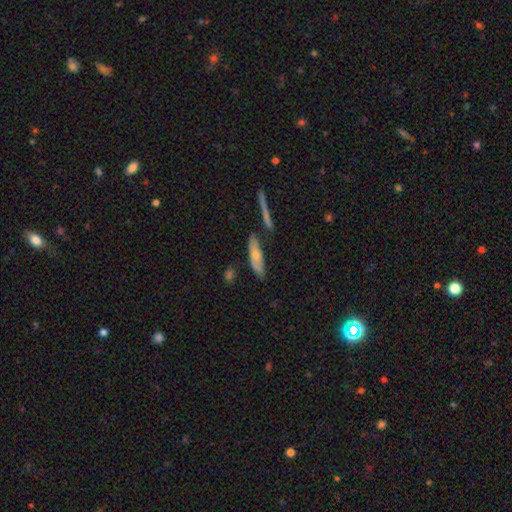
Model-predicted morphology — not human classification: smooth 65%, featured or disk 28%, star or artifact 7%. Down the decision tree: how rounded — cigar-shaped (62%); merging — none (67%).